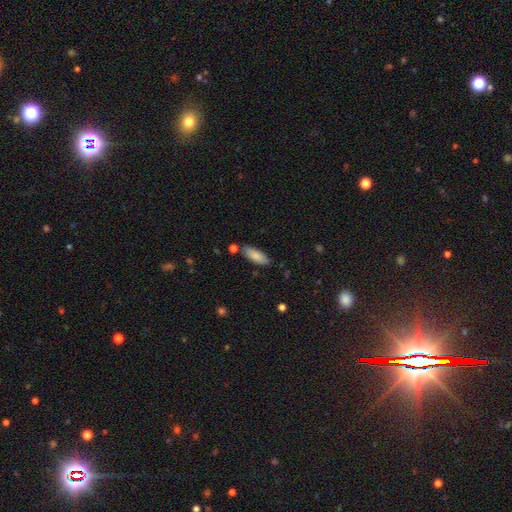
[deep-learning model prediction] Overall: smooth (86%). How rounded: in between (69%; cigar-shaped 30%). Merging: none (81%).